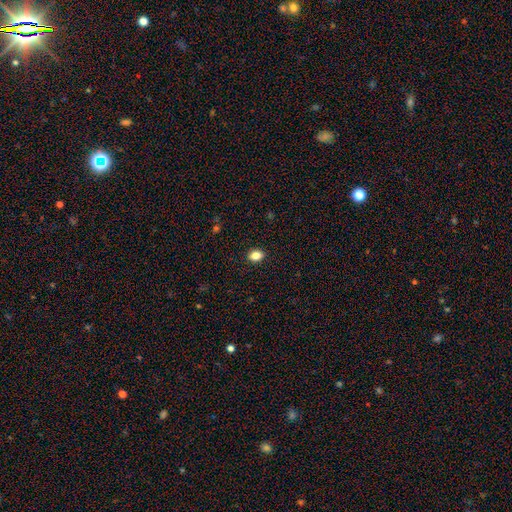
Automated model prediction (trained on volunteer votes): Smooth or featured? smooth (85%)
How rounded? in between (74%)
Merging? none (90%)